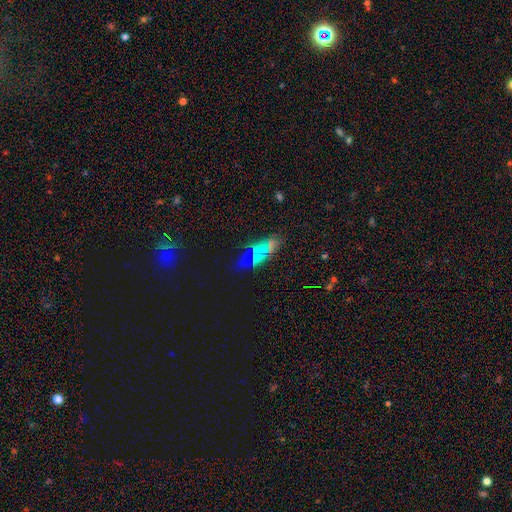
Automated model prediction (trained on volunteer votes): Q: Smooth or featured?
A: smooth (43%); runner-up: star or artifact (42%)
Q: Merging?
A: none (78%); runner-up: minor disturbance (13%)